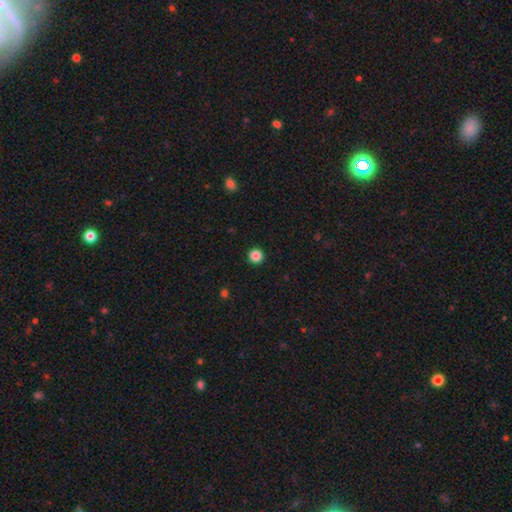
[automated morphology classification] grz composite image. It shows a smooth galaxy with no disk features (87%) that is round (96%). Merging: none (94%).